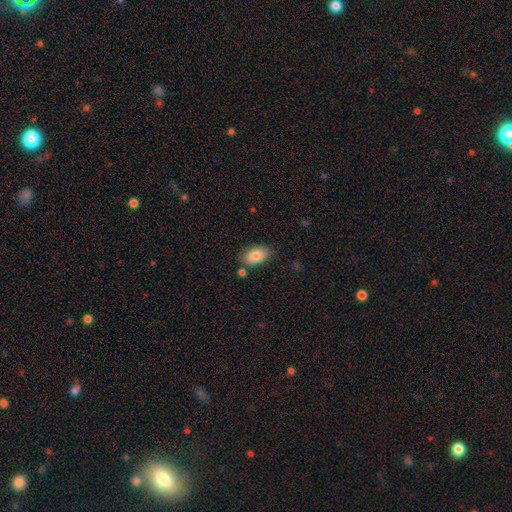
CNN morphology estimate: Smooth or featured?
  - smooth: 83% *
  - featured or disk: 10%
  - star or artifact: 7%
How rounded?
  - in between: 91% *
  - round: 7%
  - cigar-shaped: 2%
Merging?
  - none: 77% *
  - minor disturbance: 15%
  - merger: 5%
  - major disturbance: 3%